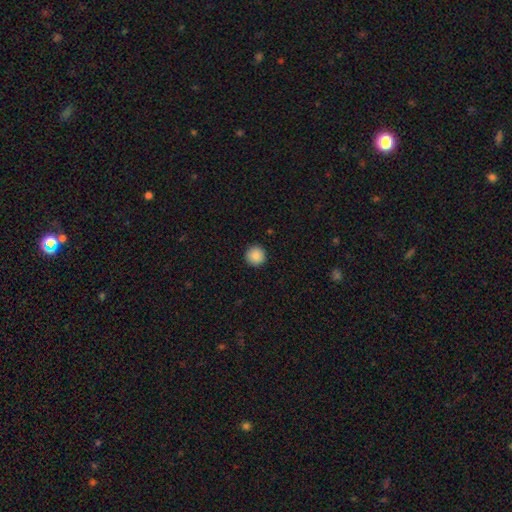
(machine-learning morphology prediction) A smooth galaxy with no disk features (88%) that is round (96%). Merging: none (93%).